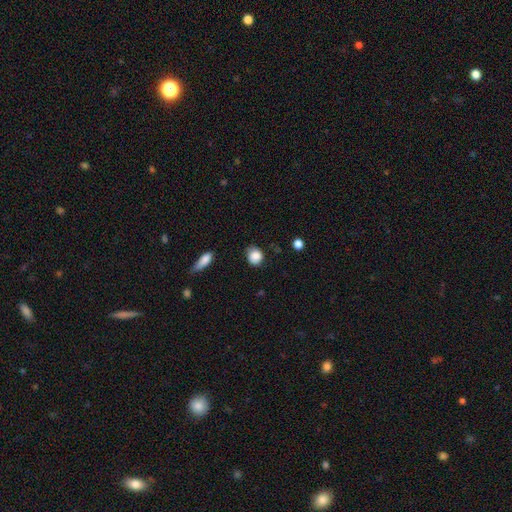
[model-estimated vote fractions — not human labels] Smooth or featured? Predicted: smooth (p=0.85). How rounded? Predicted: round (p=0.73). Merging? Predicted: none (p=0.68).